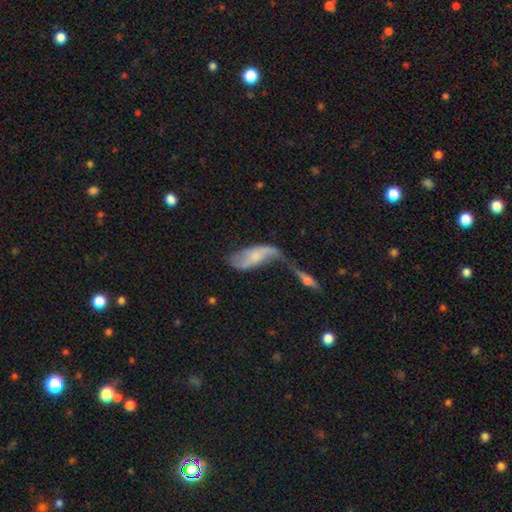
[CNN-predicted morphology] featured or disk 62%, smooth 31%, star or artifact 7%. Down the decision tree: edge-on disk — no (87%); bar — no (61%); spiral arms — yes (77%); bulge size — small (47%); merging — merger (42%).